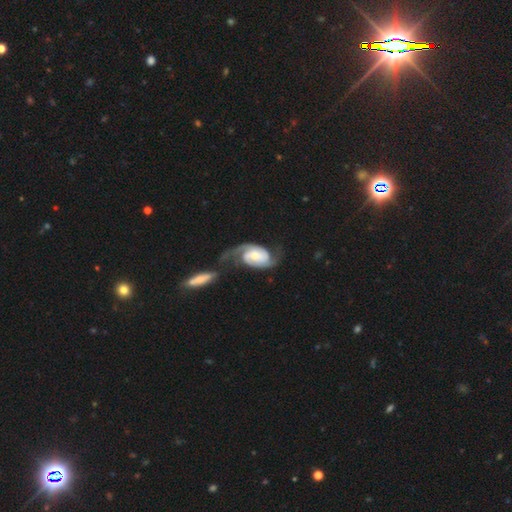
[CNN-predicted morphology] Smooth or featured? Predicted: featured or disk (p=0.85). Edge-on disk? Predicted: no (p=0.97). Bar? Predicted: no (p=0.52). Spiral arms? Predicted: yes (p=0.97). Spiral winding? Predicted: medium (p=0.44). Spiral arm count? Predicted: 2 (p=0.88). Bulge size? Predicted: small (p=0.40). Merging? Predicted: none (p=0.36).